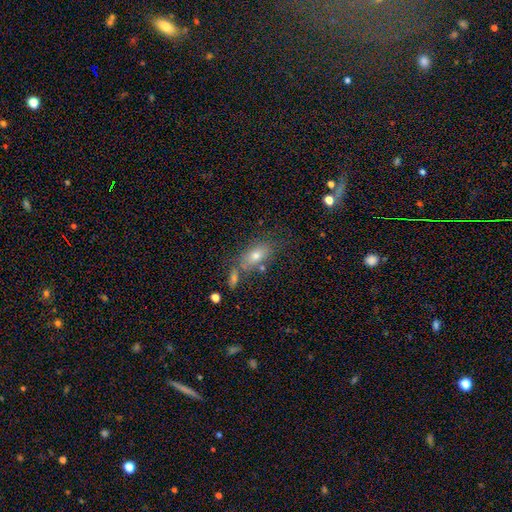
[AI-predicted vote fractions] Overall: smooth (67%). How rounded: in between (83%). Merging: none (60%).